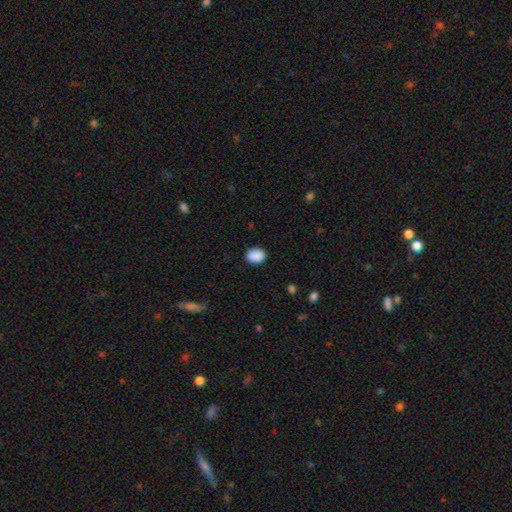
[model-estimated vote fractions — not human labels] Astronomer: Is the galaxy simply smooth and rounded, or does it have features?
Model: smooth — 90%.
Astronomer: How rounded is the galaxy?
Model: in between — 57% (runner-up: round, 42%).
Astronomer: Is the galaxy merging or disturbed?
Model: none — 88%.